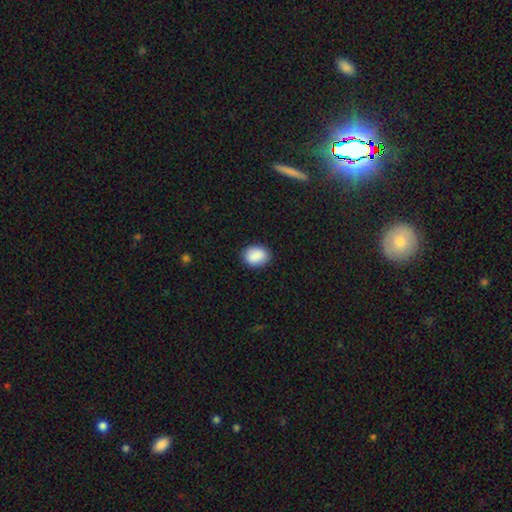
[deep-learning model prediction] The model was most divided on "how rounded": in between: 62%, round: 37%, cigar-shaped: 1%. More confident: smooth or featured — smooth (90%); merging — none (88%).